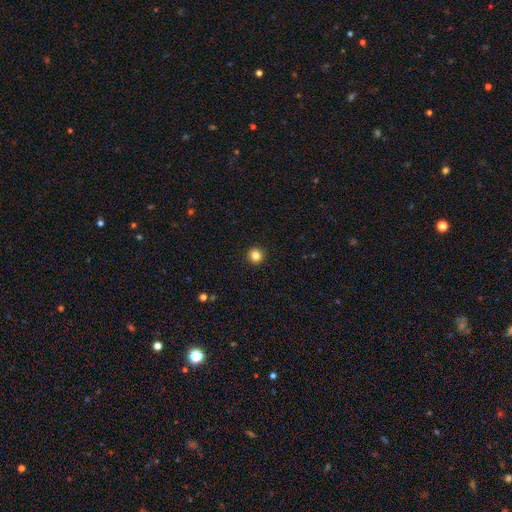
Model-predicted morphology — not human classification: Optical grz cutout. It shows a smooth galaxy with no disk features (84%) that is round (96%). Merging: none (94%).